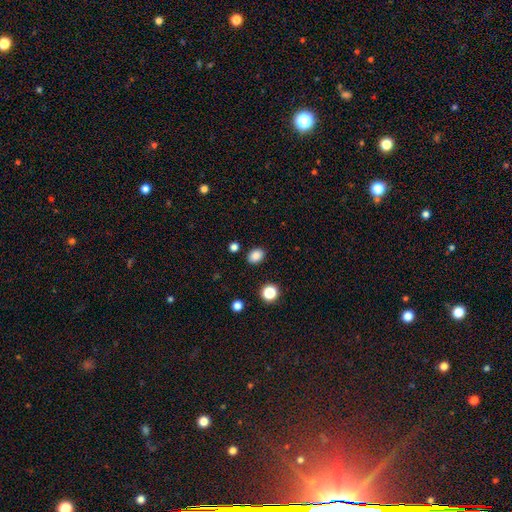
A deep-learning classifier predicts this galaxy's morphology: type=smooth (85%); roundness=in between (63%); merging=none (87%).